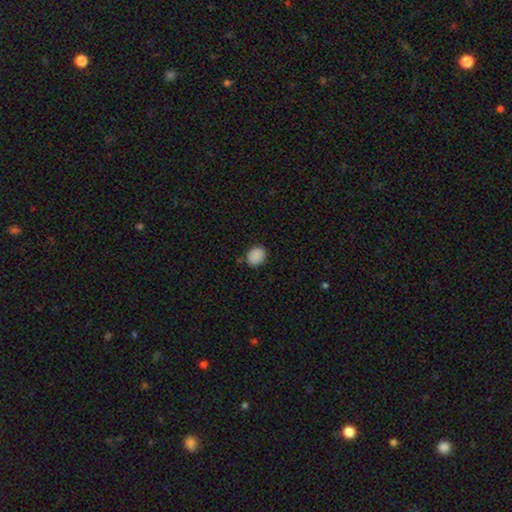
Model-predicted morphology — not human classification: A smooth galaxy with no disk features (88%) that is round (58%). Merging: none (82%).